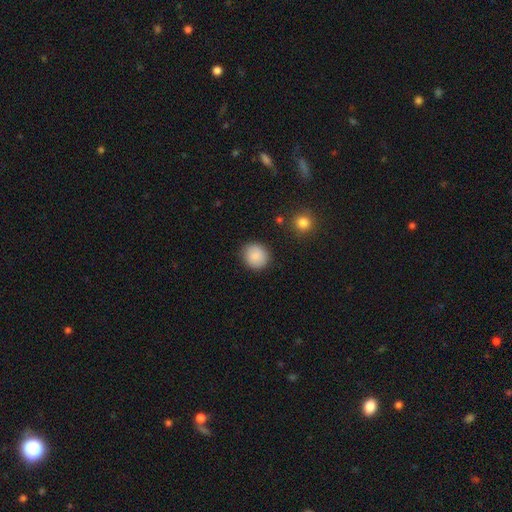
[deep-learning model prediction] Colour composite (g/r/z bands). It shows a smooth galaxy with no disk features (89%) that is round (87%). Merging: none (87%).